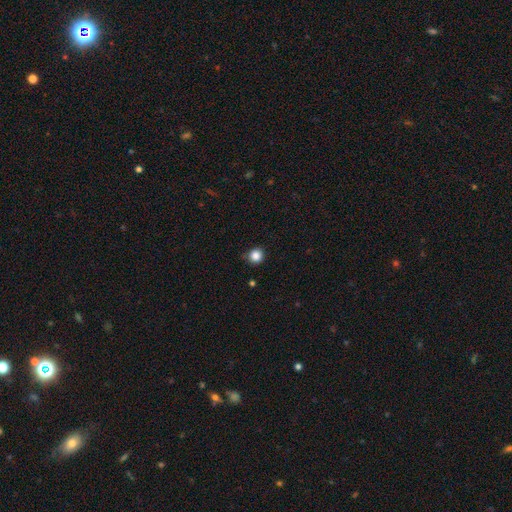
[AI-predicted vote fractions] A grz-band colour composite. It shows a smooth galaxy with no disk features (85%) that is round (92%). Merging: none (83%).